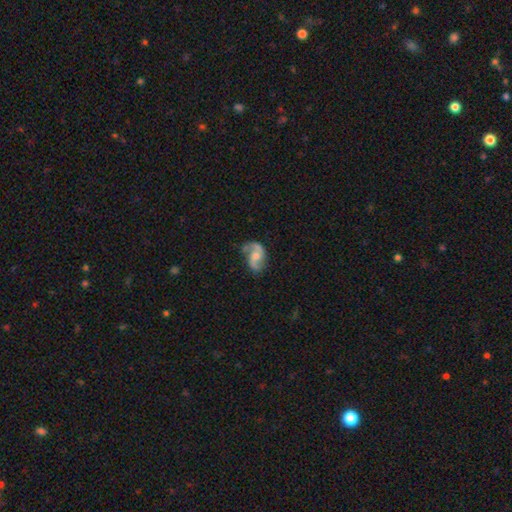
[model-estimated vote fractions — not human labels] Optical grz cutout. It shows a featured or disk galaxy (82%) with no bar (55%), 2 (90%) loose (48%) spiral arms (95%) and a moderate central bulge (57%). Merging: none (65%).